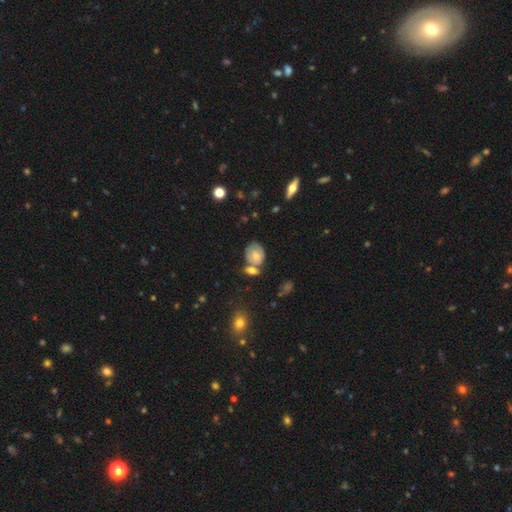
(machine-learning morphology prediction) type=smooth (62%); roundness=in between (53%); merging=none (46%).